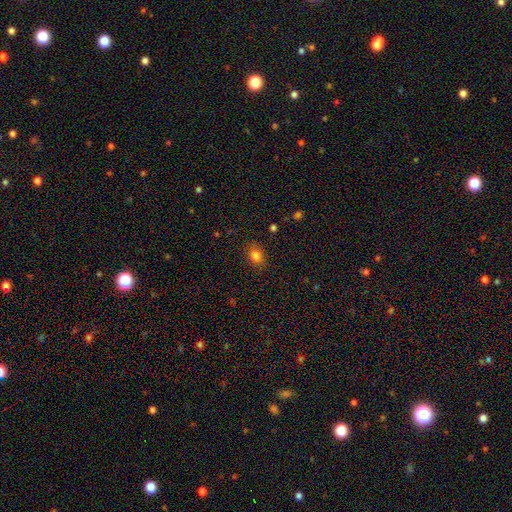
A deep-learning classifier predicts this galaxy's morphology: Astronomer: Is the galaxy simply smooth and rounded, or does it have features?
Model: smooth — 83%.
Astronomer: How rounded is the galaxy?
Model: in between — 51% (runner-up: round, 48%).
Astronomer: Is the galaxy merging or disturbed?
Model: none — 82%.